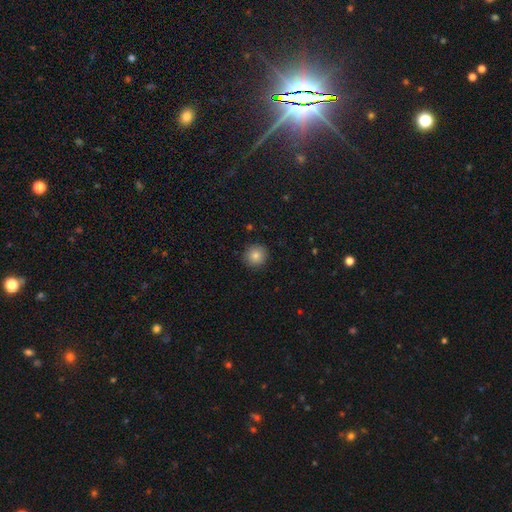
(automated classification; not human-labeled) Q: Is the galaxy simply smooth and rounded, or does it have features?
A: smooth — 84%.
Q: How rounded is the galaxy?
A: round — 94%.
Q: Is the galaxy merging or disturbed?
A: none — 91%.